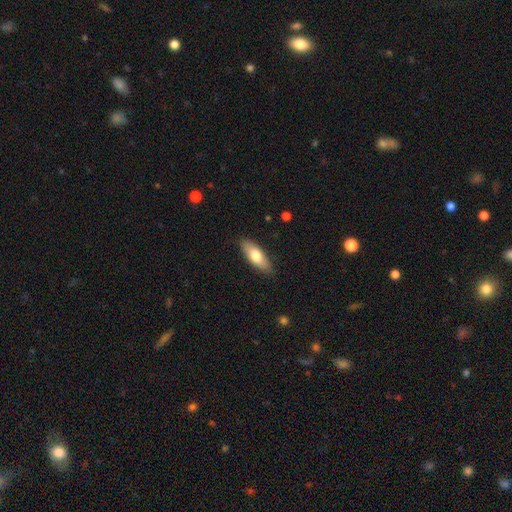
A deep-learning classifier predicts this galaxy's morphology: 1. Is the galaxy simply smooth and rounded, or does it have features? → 72% smooth, 23% featured or disk, 6% star or artifact.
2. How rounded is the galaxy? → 69% in between, 29% cigar-shaped, 2% round.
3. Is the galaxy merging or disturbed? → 86% none, 11% minor disturbance, 2% major disturbance, 1% merger.